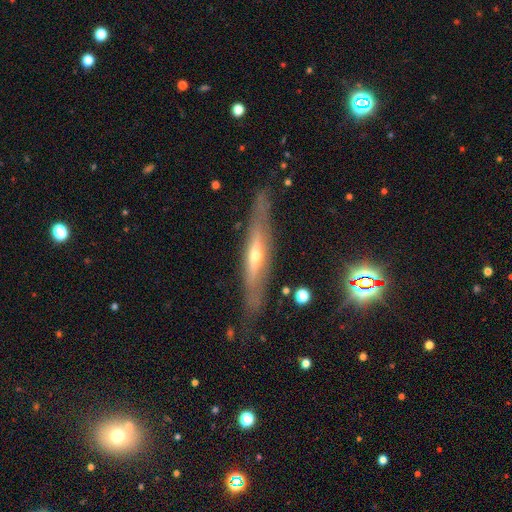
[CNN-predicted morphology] Smooth or featured?
  - featured or disk: 71% *
  - smooth: 21%
  - star or artifact: 8%
Edge-on disk?
  - yes: 88% *
  - no: 12%
Edge-on bulge?
  - rounded: 77% *
  - none: 18%
  - boxy: 5%
Merging?
  - none: 80% *
  - minor disturbance: 14%
  - major disturbance: 4%
  - merger: 2%